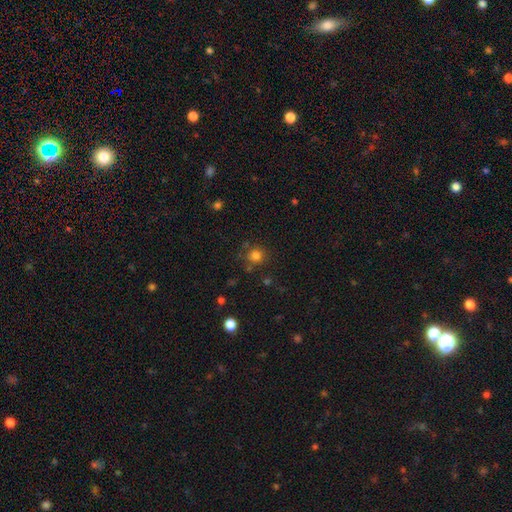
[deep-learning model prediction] smooth-or-featured: smooth: 79% | star or artifact: 15% | featured or disk: 6%
  how-rounded: round: 90% | in between: 9% | cigar-shaped: 1%
  merging: none: 76% | minor disturbance: 12% | merger: 7% | major disturbance: 5%